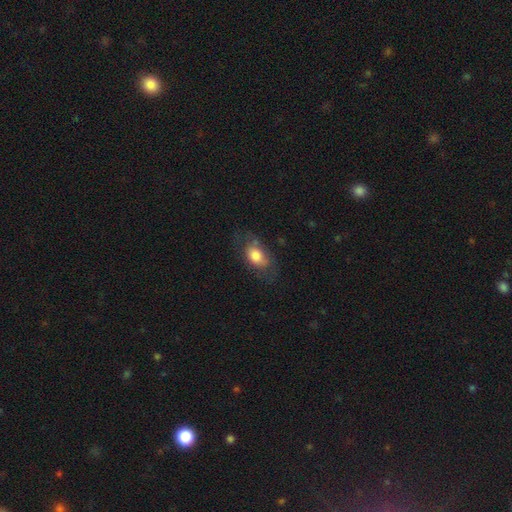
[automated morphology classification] This appears to be a smooth galaxy with no disk features (73%) that is in between round and cigar-shaped (85%). Merging: none (57%).